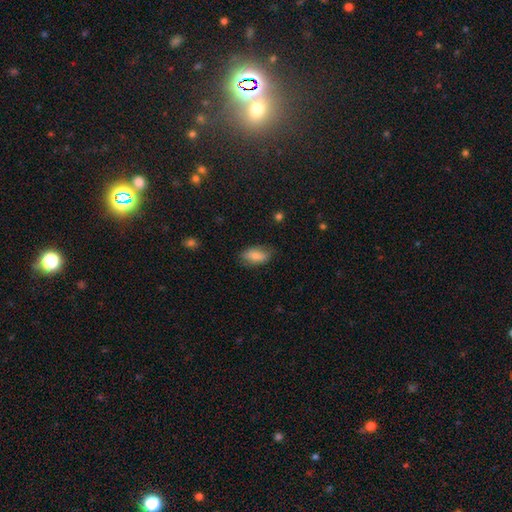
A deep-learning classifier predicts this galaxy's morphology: This appears to be a smooth galaxy with no disk features (79%) that is in between round and cigar-shaped (90%). Merging: none (74%).